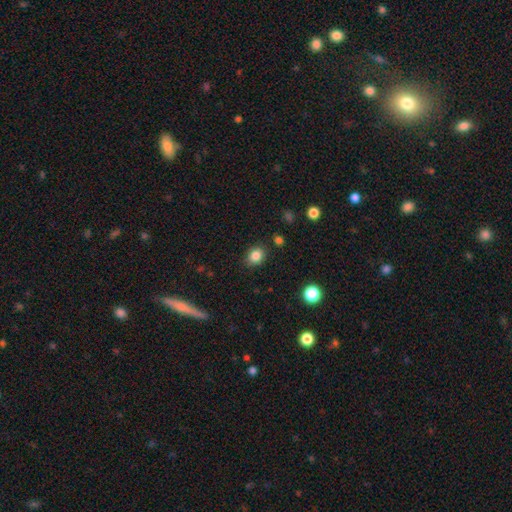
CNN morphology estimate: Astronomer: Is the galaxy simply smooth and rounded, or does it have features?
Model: smooth — 84%.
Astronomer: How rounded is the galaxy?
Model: round — 54% (runner-up: in between, 45%).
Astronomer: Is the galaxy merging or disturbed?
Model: none — 85%.